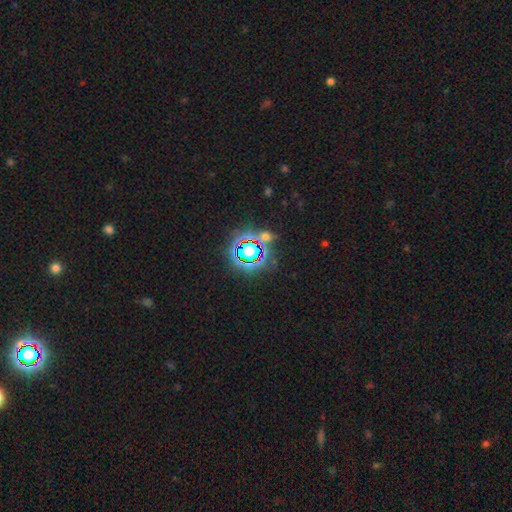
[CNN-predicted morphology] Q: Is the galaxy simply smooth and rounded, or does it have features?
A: star or artifact — 80%.